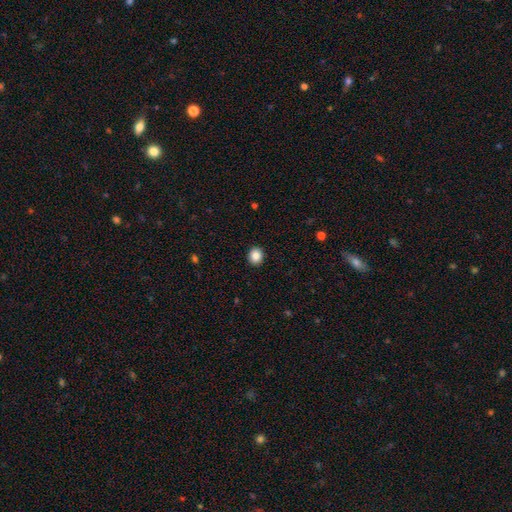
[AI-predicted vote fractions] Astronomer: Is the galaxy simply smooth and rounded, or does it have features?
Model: smooth — 87%.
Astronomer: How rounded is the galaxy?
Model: round — 75%.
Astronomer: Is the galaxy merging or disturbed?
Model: none — 92%.